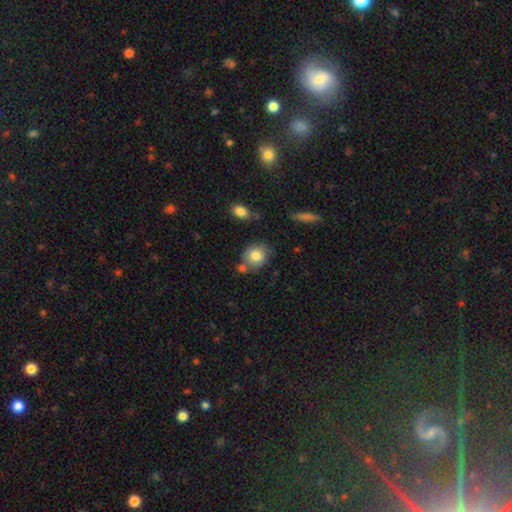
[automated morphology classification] Smooth or featured? Predicted: smooth (p=0.79). How rounded? Predicted: round (p=0.59). Merging? Predicted: none (p=0.59).